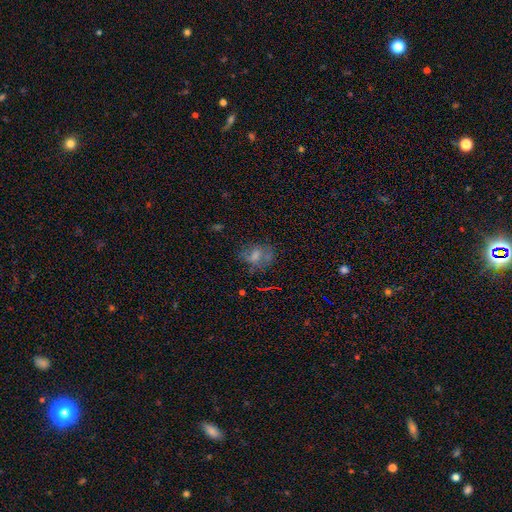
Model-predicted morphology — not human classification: Smooth or featured? Predicted: smooth (p=0.35, tied with featured or disk). Merging? Predicted: none (p=0.59).